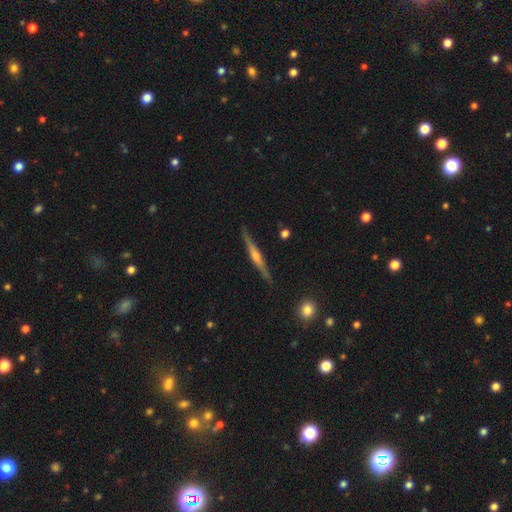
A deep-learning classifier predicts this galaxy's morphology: This is likely a featured or disk galaxy (77%). It is clearly viewed edge-on (98%). Edge-on bulge: clearly rounded (80%). Merging: clearly none (89%).